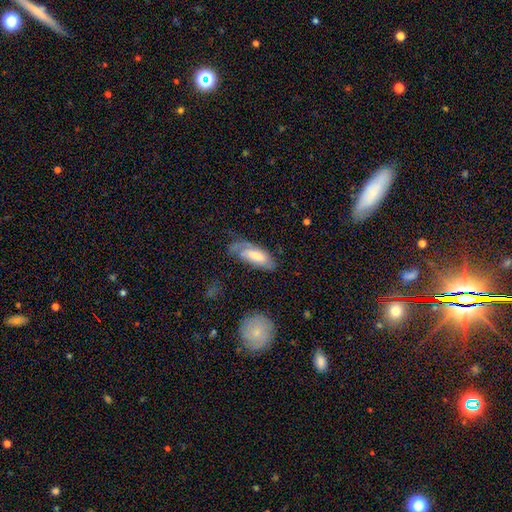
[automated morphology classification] Overall: smooth (53%; featured or disk 40%). How rounded: in between (71%). Merging: none (48%; minor disturbance 31%).